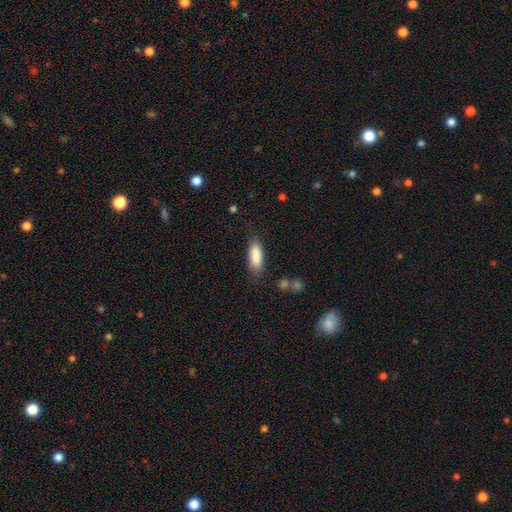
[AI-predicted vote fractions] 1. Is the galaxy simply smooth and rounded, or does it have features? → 87% smooth, 6% featured or disk, 6% star or artifact.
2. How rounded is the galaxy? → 70% in between, 28% cigar-shaped, 2% round.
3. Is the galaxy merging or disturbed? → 79% none, 15% minor disturbance, 4% major disturbance, 2% merger.